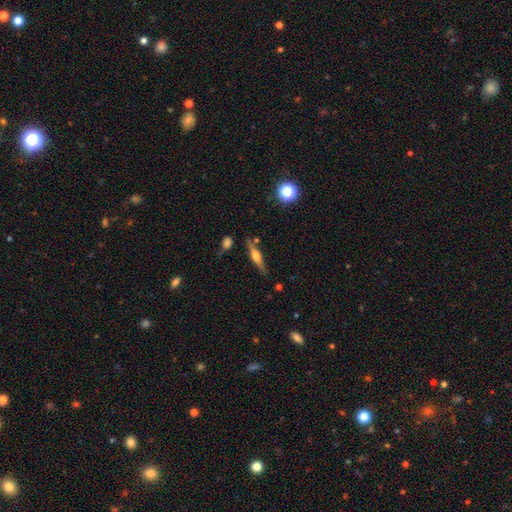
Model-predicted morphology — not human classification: Q: Smooth or featured?
A: featured or disk (70%); runner-up: smooth (23%)
Q: Edge-on disk?
A: yes (97%); runner-up: no (3%)
Q: Edge-on bulge?
A: rounded (89%); runner-up: boxy (8%)
Q: Merging?
A: none (81%); runner-up: minor disturbance (12%)